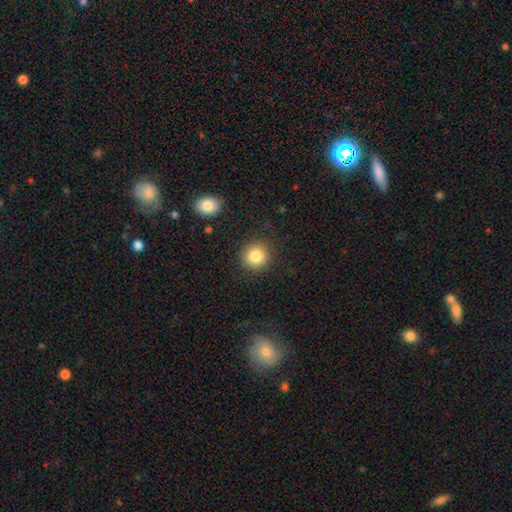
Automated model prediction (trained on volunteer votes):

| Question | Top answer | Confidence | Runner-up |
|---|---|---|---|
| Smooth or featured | smooth | 84% | star or artifact (10%) |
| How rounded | round | 91% | in between (8%) |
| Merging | none | 89% | minor disturbance (7%) |